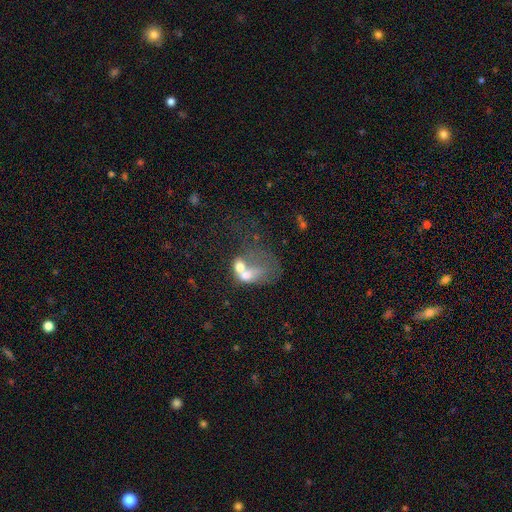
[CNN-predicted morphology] Smooth or featured? Predicted: featured or disk (p=0.38). Merging? Predicted: major disturbance (p=0.41).